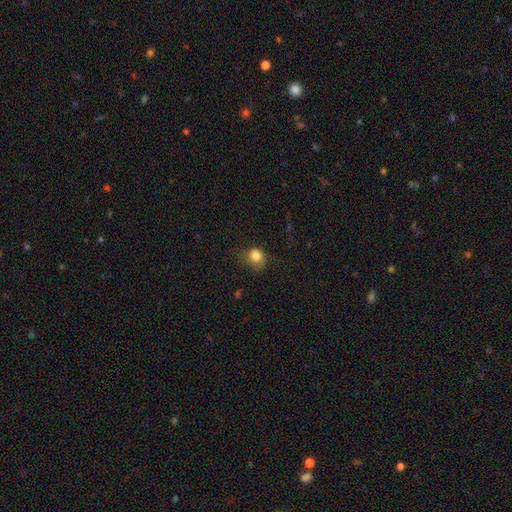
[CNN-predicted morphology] type=smooth (82%); roundness=round (73%); merging=none (53%).